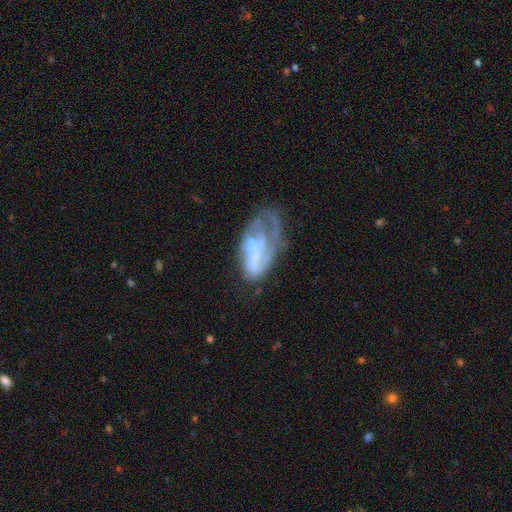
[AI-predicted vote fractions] Smooth or featured: featured or disk — 64% (smooth — 27%)
Edge-on disk: no — 95% (yes — 5%)
Bar: no — 72% (weak — 21%)
Spiral arms: yes — 54% (no — 46%)
Bulge size: none — 54% (small — 27%)
Merging: none — 35% (major disturbance — 33%)